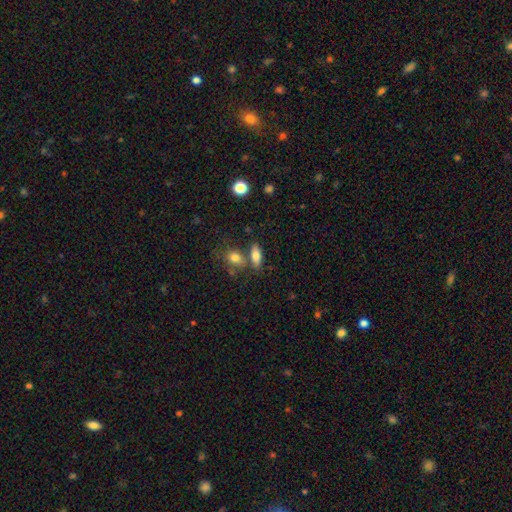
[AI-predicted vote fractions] smooth 75%, featured or disk 17%, star or artifact 8%. Down the decision tree: how rounded — in between (70%); merging — none (66%).